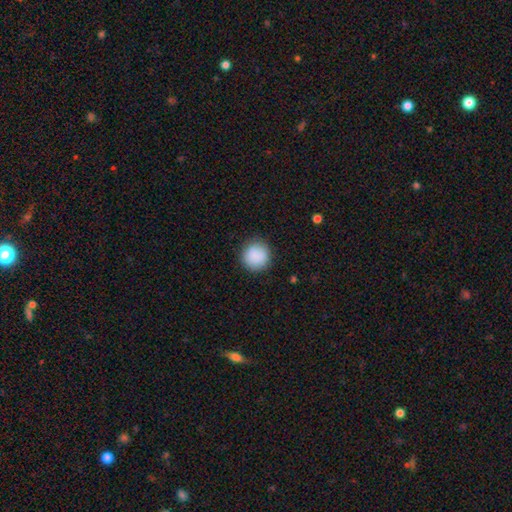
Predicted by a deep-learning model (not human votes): This appears to be a smooth galaxy with no disk features (89%) that is round (93%). Merging: none (88%).